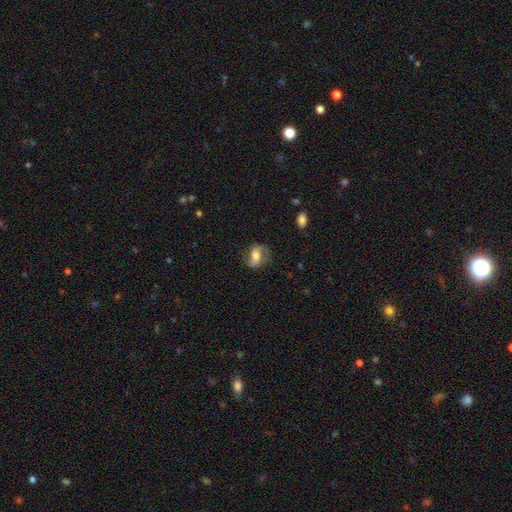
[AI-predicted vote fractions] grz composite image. It shows a featured or disk galaxy (60%) with a weak bar (38%), spiral arms (86%) and a moderate central bulge (58%). Merging: none (70%).